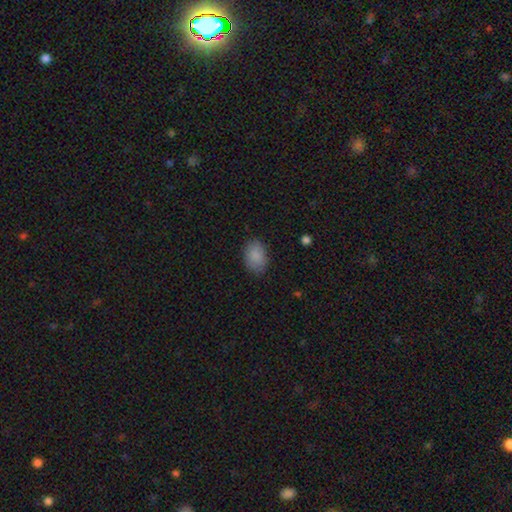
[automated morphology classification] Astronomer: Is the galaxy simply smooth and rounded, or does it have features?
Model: smooth — 88%.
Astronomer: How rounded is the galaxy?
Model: in between — 83%.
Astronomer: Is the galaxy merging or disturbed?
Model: none — 83%.